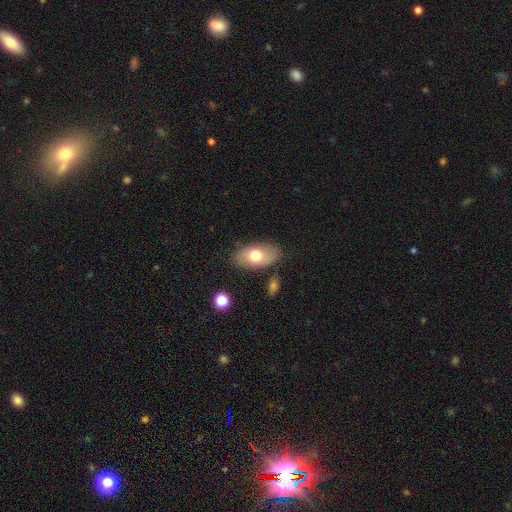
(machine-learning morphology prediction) Smooth or featured: smooth — 69% (featured or disk — 24%)
How rounded: in between — 92% (round — 6%)
Merging: none — 81% (minor disturbance — 12%)